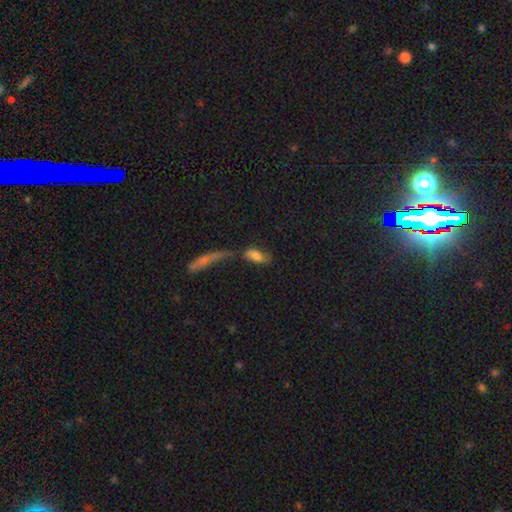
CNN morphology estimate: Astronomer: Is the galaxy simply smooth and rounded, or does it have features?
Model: smooth — 72%.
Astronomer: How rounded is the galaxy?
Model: in between — 78%.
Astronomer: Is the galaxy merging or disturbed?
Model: none — 42% (runner-up: merger, 31%).